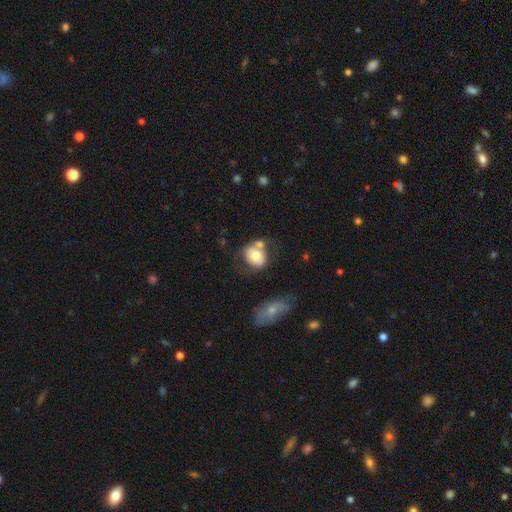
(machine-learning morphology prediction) Overall: smooth (62%; featured or disk 31%). How rounded: round (63%; in between 36%). Merging: none (44%; merger 27%).